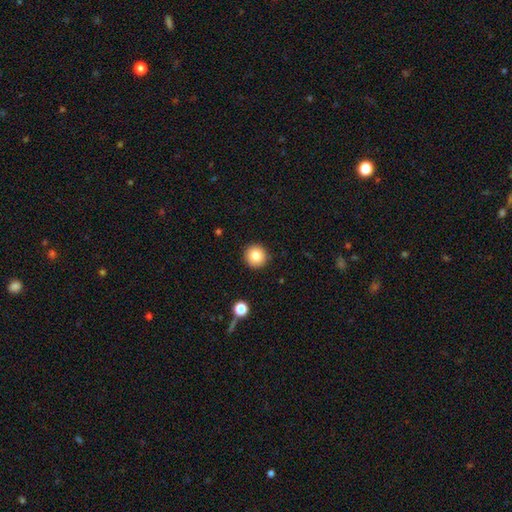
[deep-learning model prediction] Smooth or featured?
  - smooth: 82% *
  - star or artifact: 10%
  - featured or disk: 8%
How rounded?
  - round: 95% *
  - in between: 4%
  - cigar-shaped: 1%
Merging?
  - none: 92% *
  - minor disturbance: 6%
  - major disturbance: 2%
  - merger: 1%